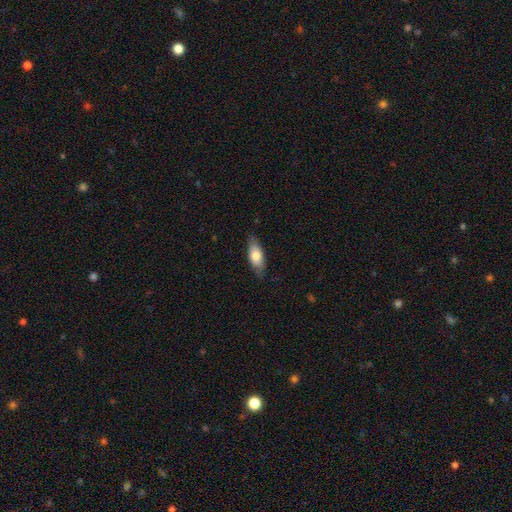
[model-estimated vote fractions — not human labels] smooth_or_featured: smooth (p=0.74) [alt: featured or disk p=0.20]
how_rounded: in between (p=0.78) [alt: cigar-shaped p=0.19]
merging: none (p=0.79) [alt: minor disturbance p=0.17]